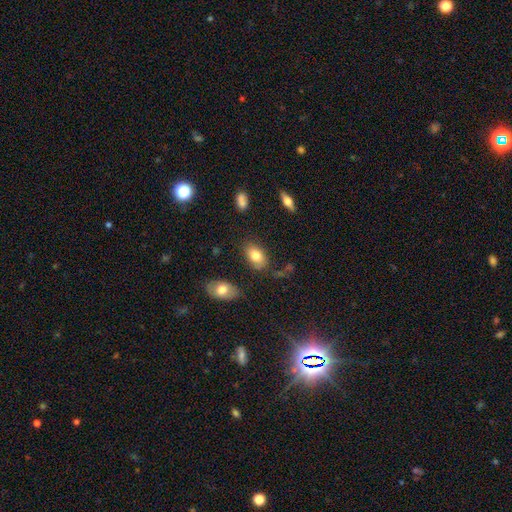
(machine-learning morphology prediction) smooth 80%, featured or disk 12%, star or artifact 8%. Down the decision tree: how rounded — in between (89%); merging — none (74%).